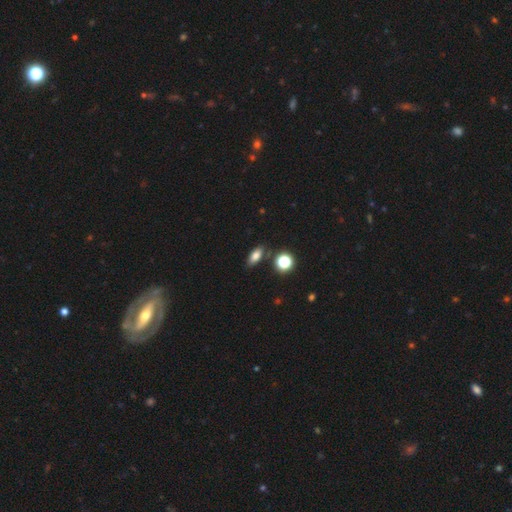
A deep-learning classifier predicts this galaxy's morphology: A smooth galaxy with no disk features (77%) that is in between round and cigar-shaped (78%).

Vote fractions:
- Smooth or featured? smooth: 77% / star or artifact: 13% / featured or disk: 10%
- How rounded? in between: 78% / cigar-shaped: 12% / round: 10%
- Merging? none: 79% / minor disturbance: 12% / merger: 5% / major disturbance: 3%